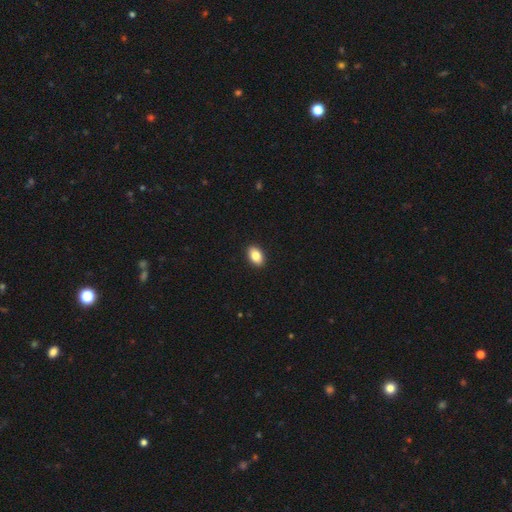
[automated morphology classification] The model was most divided on "smooth or featured": smooth: 86%, star or artifact: 7%, featured or disk: 7%. More confident: merging — none (92%); how rounded — in between (90%).